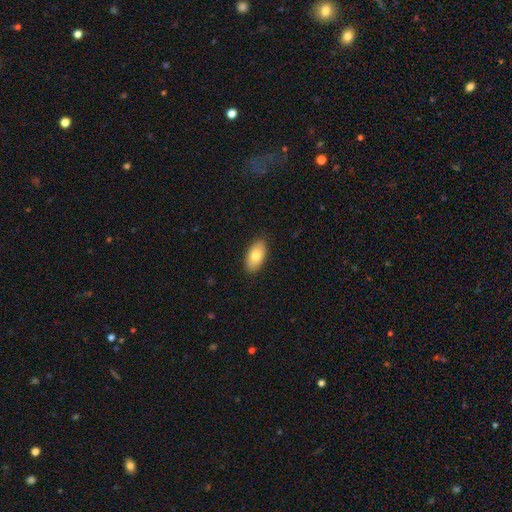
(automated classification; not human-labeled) Smooth or featured? smooth (80%)
How rounded? in between (93%)
Merging? none (88%)